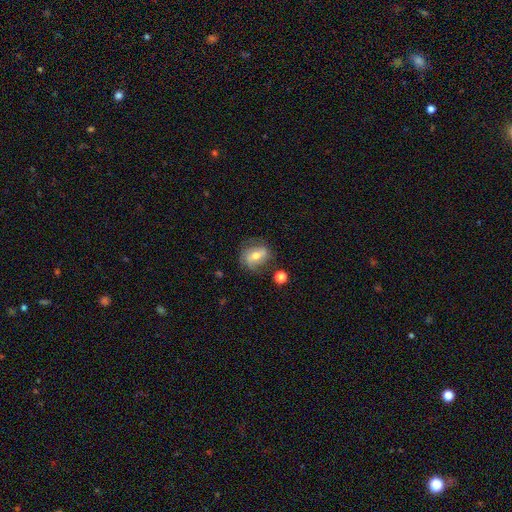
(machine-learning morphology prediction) Overall: featured or disk (56%; smooth 34%). Edge-on disk: no (95%). Bar: weak (39%; no 36%). Spiral arms: yes (77%). Bulge size: moderate (67%). Merging: none (64%).